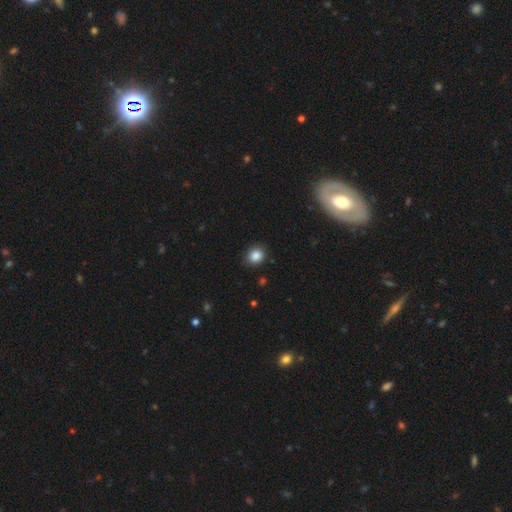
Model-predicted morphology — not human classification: Smooth or featured? Predicted: smooth (p=0.86). How rounded? Predicted: round (p=0.79). Merging? Predicted: none (p=0.89).